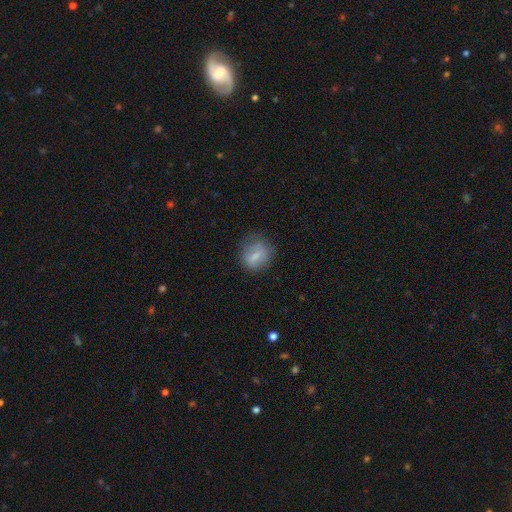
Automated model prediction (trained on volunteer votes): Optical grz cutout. It shows a smooth galaxy with no disk features (68%) that is round (69%). Merging: none (62%).